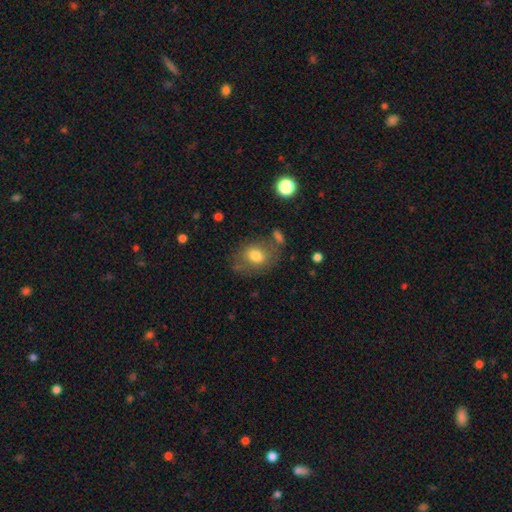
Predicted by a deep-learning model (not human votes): smooth 73%, featured or disk 17%, star or artifact 9%. Down the decision tree: how rounded — in between (54%); merging — none (64%).